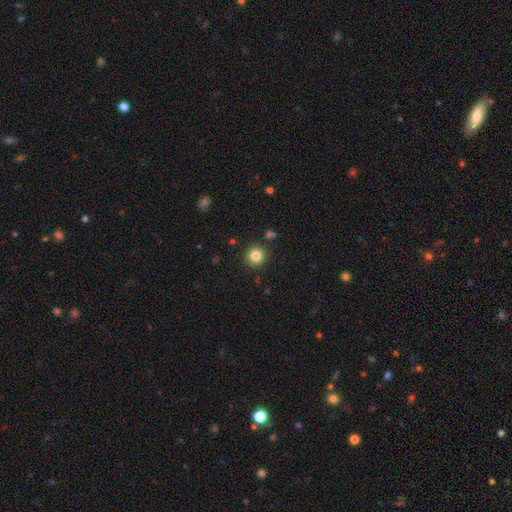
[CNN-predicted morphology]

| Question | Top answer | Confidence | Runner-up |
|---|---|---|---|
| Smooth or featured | smooth | 83% | star or artifact (11%) |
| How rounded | round | 94% | in between (5%) |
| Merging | none | 90% | minor disturbance (6%) |